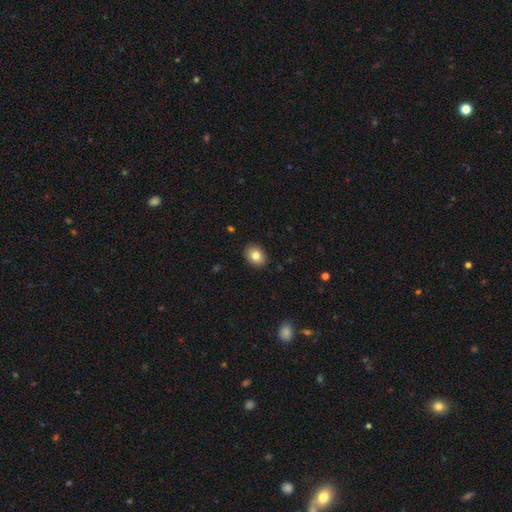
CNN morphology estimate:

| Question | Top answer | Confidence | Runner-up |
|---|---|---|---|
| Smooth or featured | smooth | 81% | featured or disk (10%) |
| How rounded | in between | 57% | round (42%) |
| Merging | none | 90% | minor disturbance (8%) |